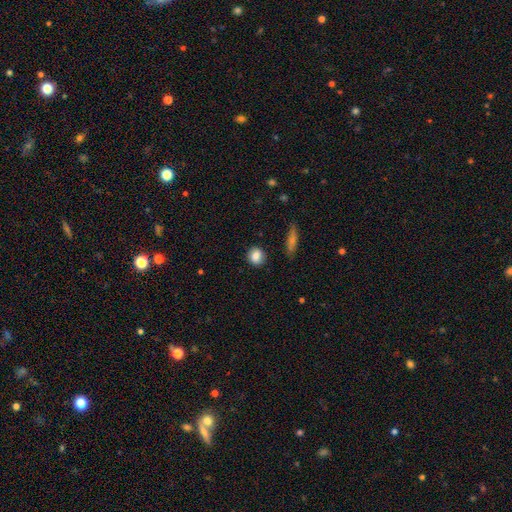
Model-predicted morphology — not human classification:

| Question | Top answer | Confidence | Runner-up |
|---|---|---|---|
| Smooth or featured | smooth | 84% | star or artifact (8%) |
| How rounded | round | 76% | in between (22%) |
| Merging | none | 87% | minor disturbance (9%) |